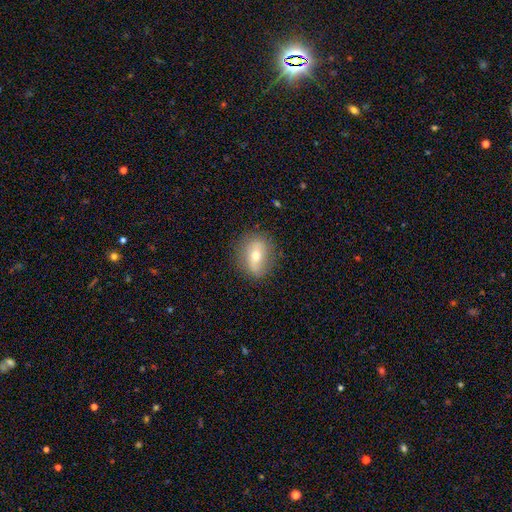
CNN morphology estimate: smooth_or_featured: smooth (p=0.48) [alt: featured or disk p=0.42]
merging: none (p=0.80) [alt: minor disturbance p=0.15]